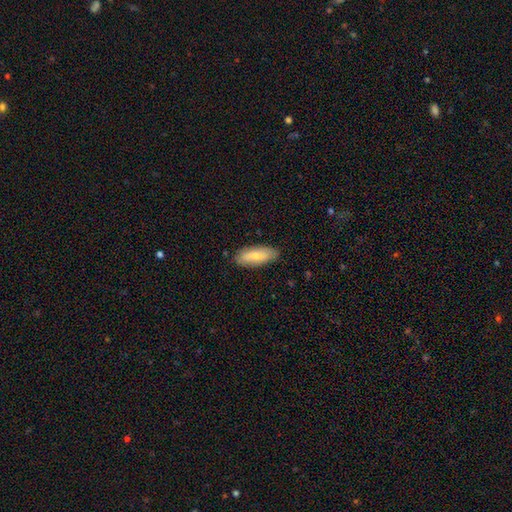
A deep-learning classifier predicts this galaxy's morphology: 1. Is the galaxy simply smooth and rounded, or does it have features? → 76% smooth, 18% featured or disk, 6% star or artifact.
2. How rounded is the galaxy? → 70% in between, 28% cigar-shaped, 2% round.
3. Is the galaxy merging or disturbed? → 85% none, 12% minor disturbance, 2% major disturbance, 1% merger.